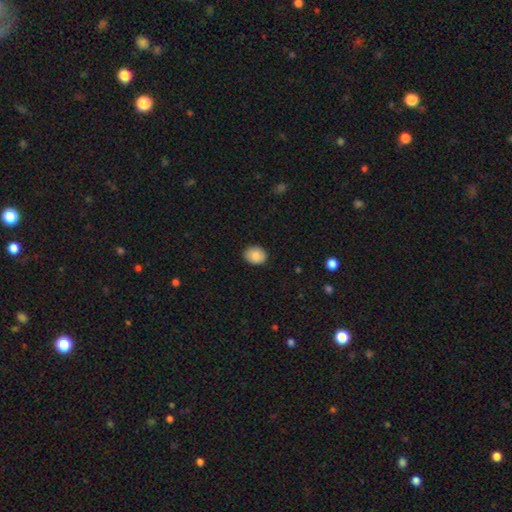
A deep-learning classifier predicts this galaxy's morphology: Overall: smooth (85%). How rounded: in between (56%; round 43%). Merging: none (88%).